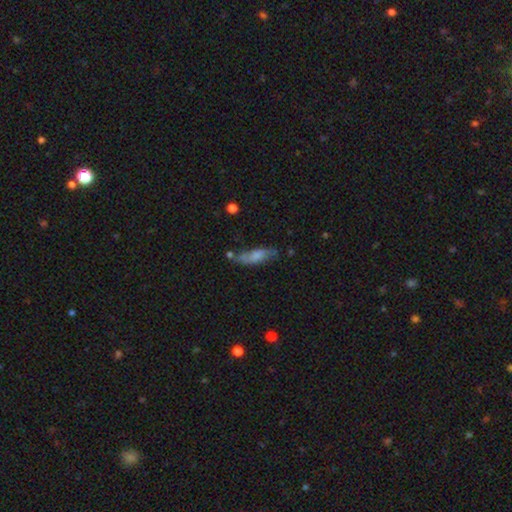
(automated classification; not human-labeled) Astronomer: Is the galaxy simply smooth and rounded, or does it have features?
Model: smooth — 58% (runner-up: featured or disk, 35%).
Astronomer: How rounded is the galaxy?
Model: cigar-shaped — 51% (runner-up: in between, 46%).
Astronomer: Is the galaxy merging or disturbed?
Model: none — 59%.